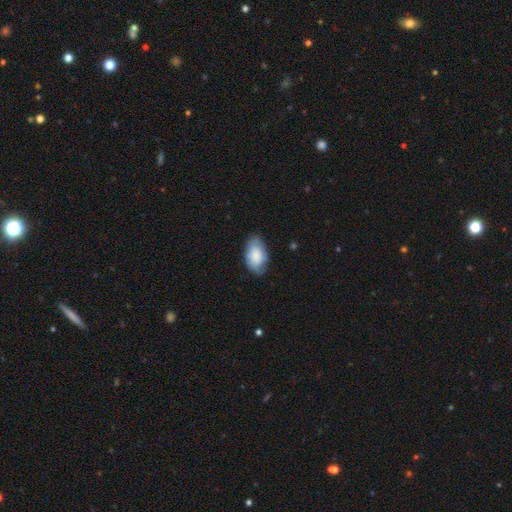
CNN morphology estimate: Smooth or featured?
  - smooth: 74% *
  - featured or disk: 19%
  - star or artifact: 7%
How rounded?
  - in between: 94% *
  - round: 5%
  - cigar-shaped: 2%
Merging?
  - none: 68% *
  - minor disturbance: 25%
  - major disturbance: 6%
  - merger: 1%